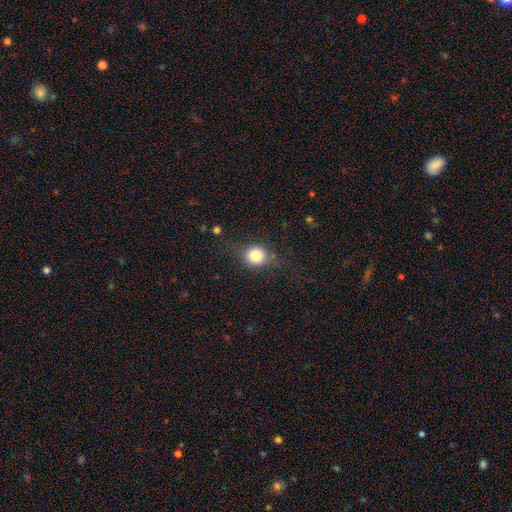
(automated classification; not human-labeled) A smooth galaxy with no disk features (75%) that is round (82%).

Vote fractions:
- Smooth or featured? smooth: 75% / featured or disk: 13% / star or artifact: 11%
- How rounded? round: 82% / in between: 16% / cigar-shaped: 1%
- Merging? none: 72% / minor disturbance: 18% / major disturbance: 8% / merger: 1%